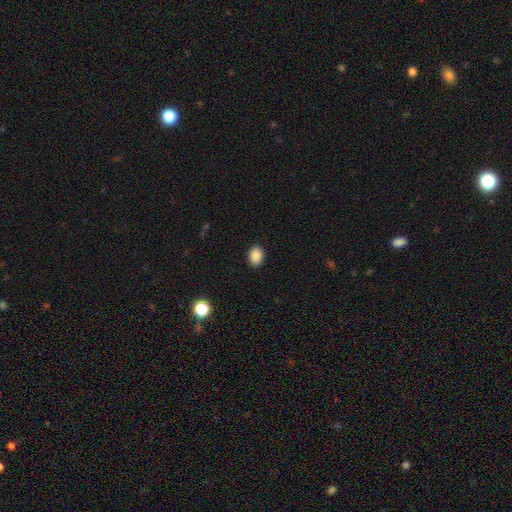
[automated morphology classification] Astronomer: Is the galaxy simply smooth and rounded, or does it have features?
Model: smooth — 88%.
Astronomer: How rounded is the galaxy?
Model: in between — 63%.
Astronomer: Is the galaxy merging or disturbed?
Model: none — 91%.